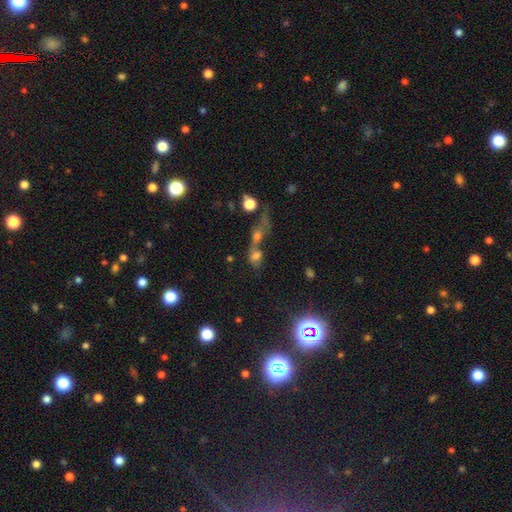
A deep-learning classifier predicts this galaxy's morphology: smooth 53%, featured or disk 24%, star or artifact 23%. Down the decision tree: how rounded — in between (56%); merging — merger (65%).